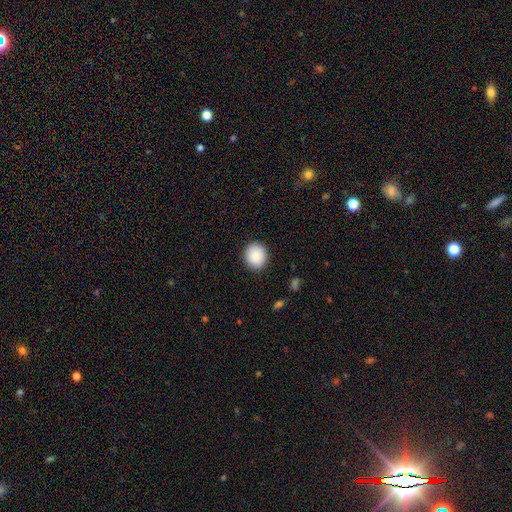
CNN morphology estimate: Overall: smooth (89%). How rounded: round (78%). Merging: none (90%).